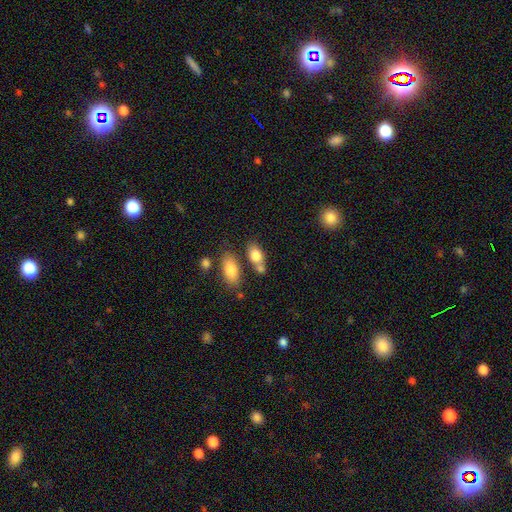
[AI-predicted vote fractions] Smooth or featured: smooth — 81% (featured or disk — 11%)
How rounded: in between — 82% (round — 12%)
Merging: none — 47% (merger — 34%)